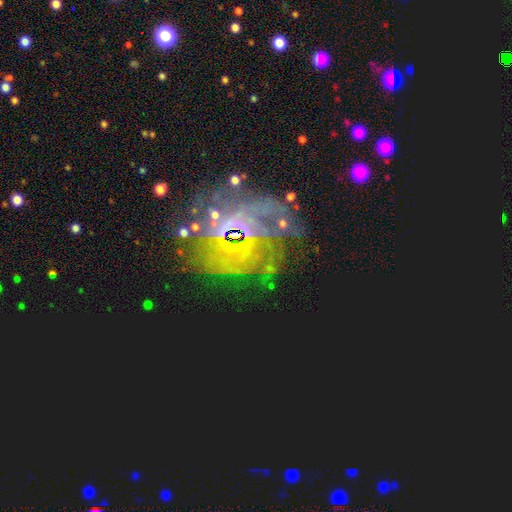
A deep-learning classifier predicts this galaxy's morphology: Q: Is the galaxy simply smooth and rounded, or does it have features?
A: featured or disk — 49%.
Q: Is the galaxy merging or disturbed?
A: none — 68%.